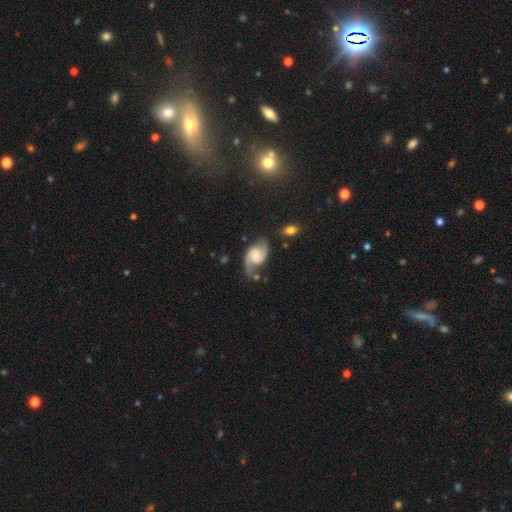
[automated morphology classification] smooth_or_featured: featured or disk (p=0.85) [alt: smooth p=0.09]
disk_edge_on: no (p=0.98) [alt: yes p=0.02]
bar: no (p=0.47) [alt: weak p=0.43]
has_spiral_arms: yes (p=0.97) [alt: no p=0.03]
spiral_winding: medium (p=0.50) [alt: loose p=0.33]
spiral_arm_count: 2 (p=0.92) [alt: 1 p=0.03]
bulge_size: small (p=0.36) [alt: moderate p=0.29]
merging: none (p=0.67) [alt: minor disturbance p=0.20]